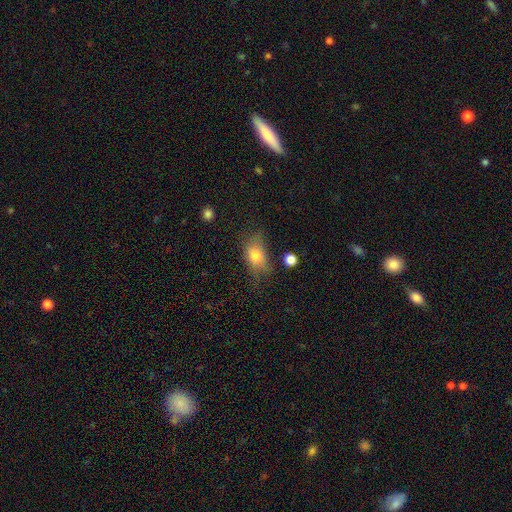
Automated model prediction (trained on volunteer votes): This appears to be a smooth galaxy with no disk features (75%) that is in between round and cigar-shaped (81%). Merging: none (43%).